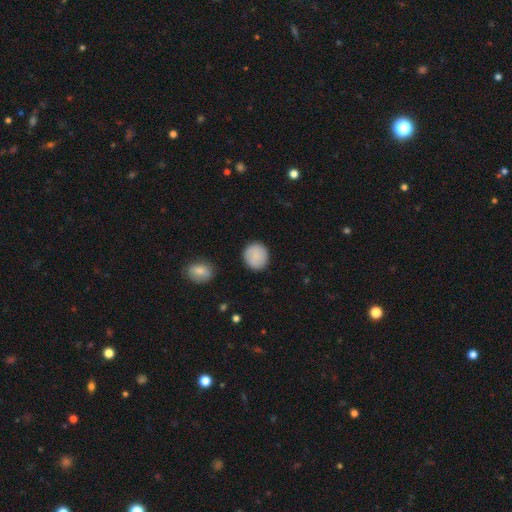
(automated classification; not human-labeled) smooth-or-featured: smooth: 85% | featured or disk: 8% | star or artifact: 7%
  how-rounded: round: 89% | in between: 10% | cigar-shaped: 1%
  merging: none: 88% | minor disturbance: 8% | major disturbance: 2% | merger: 1%